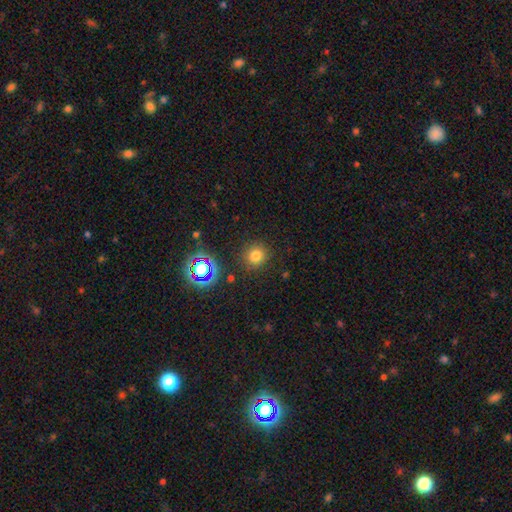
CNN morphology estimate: The model was most divided on "smooth or featured": smooth: 74%, star or artifact: 19%, featured or disk: 7%. More confident: how rounded — round (91%); merging — none (87%).